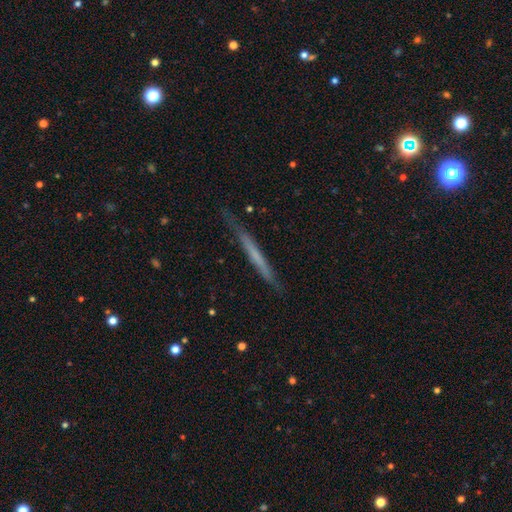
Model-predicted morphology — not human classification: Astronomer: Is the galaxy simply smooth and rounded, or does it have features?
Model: featured or disk — 49% (runner-up: smooth, 45%).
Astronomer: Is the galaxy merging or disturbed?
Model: none — 80%.